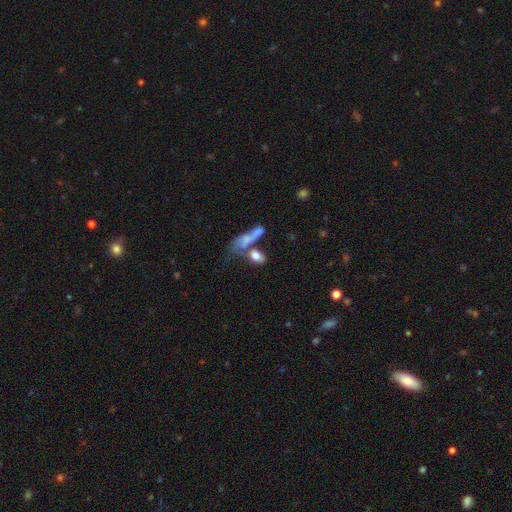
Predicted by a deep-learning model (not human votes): Smooth or featured: smooth — 72% (featured or disk — 19%)
How rounded: in between — 79% (cigar-shaped — 12%)
Merging: merger — 43% (none — 34%)